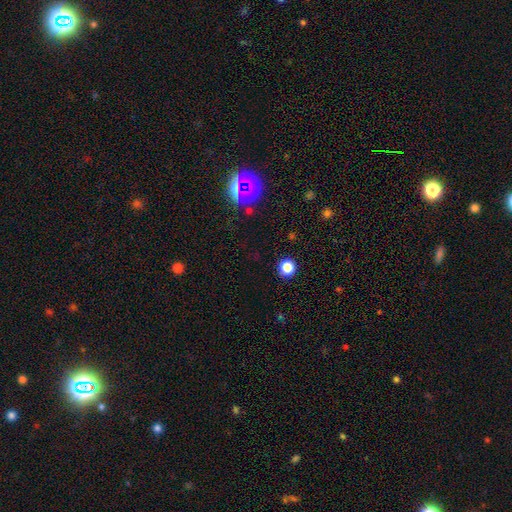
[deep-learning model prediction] smooth_or_featured: star or artifact (p=0.55) [alt: smooth p=0.38]